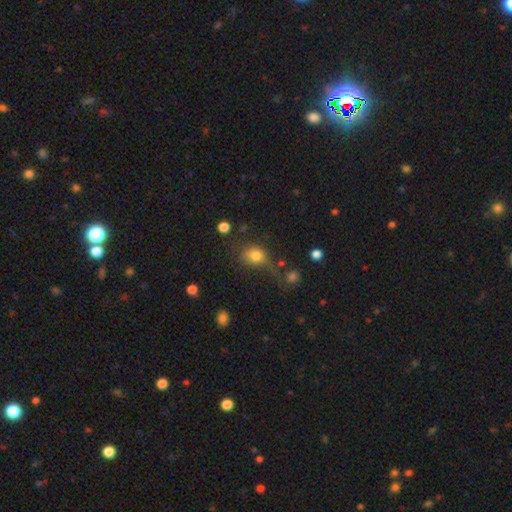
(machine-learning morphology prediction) A smooth galaxy with no disk features (77%) that is round (64%). Merging: none (41%).